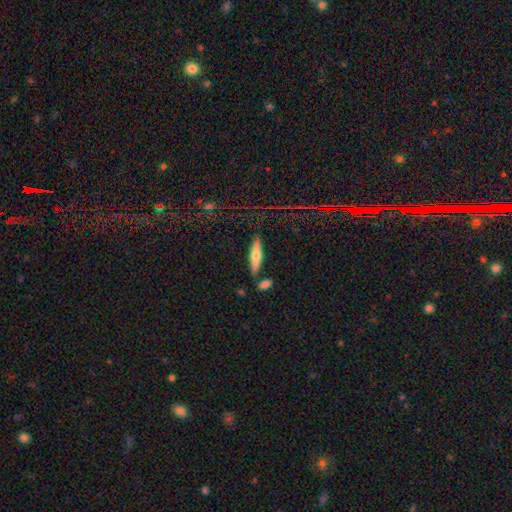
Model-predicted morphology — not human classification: Smooth or featured? smooth (55%)
How rounded? cigar-shaped (75%)
Merging? none (83%)